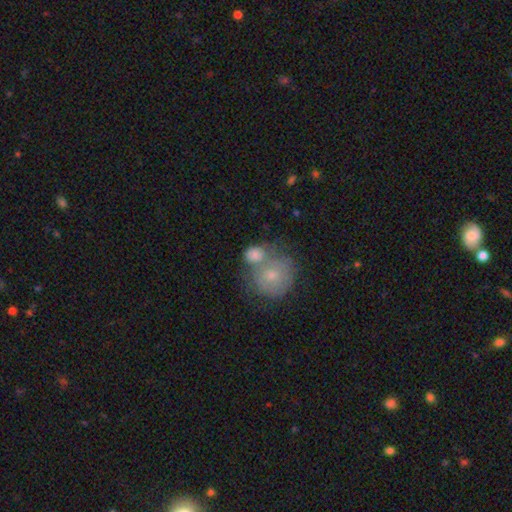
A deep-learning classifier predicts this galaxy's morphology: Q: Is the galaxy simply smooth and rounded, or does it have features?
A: smooth — 68%.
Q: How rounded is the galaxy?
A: round — 75%.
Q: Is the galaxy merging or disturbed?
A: merger — 52%.